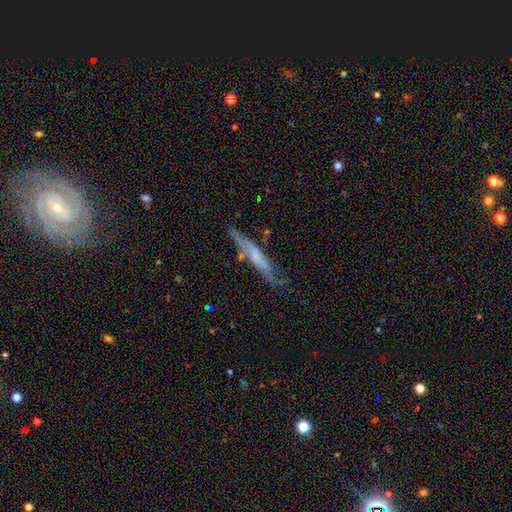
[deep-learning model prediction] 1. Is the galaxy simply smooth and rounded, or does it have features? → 51% featured or disk, 42% smooth, 7% star or artifact.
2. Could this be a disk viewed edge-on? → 84% yes, 16% no.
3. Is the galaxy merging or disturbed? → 67% none, 23% minor disturbance, 6% major disturbance, 4% merger.